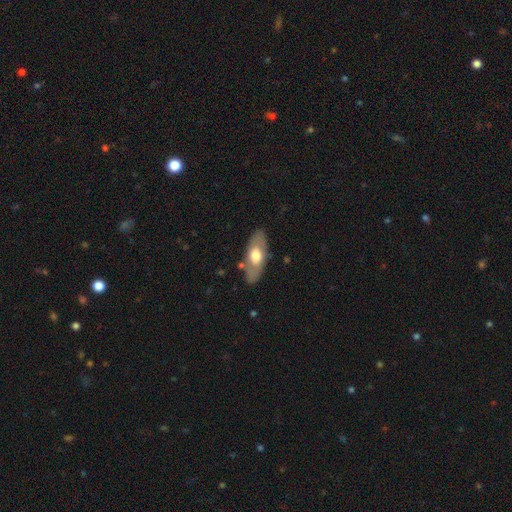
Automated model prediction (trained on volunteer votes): The model was most divided on "smooth or featured": smooth: 54%, featured or disk: 41%, star or artifact: 5%. More confident: how rounded — in between (82%); merging — none (78%).